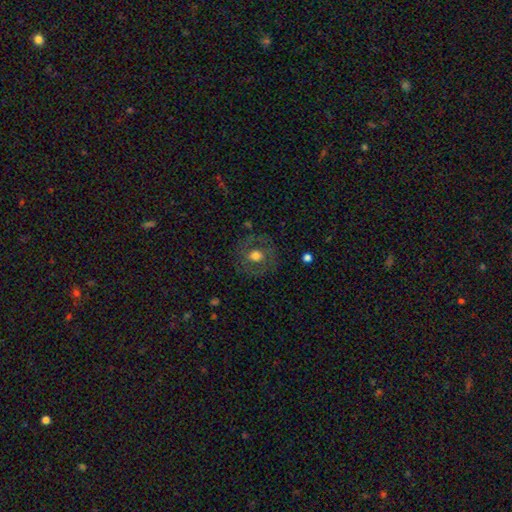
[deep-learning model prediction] Overall: smooth (50%; featured or disk 41%). How rounded: round (84%). Merging: none (79%).